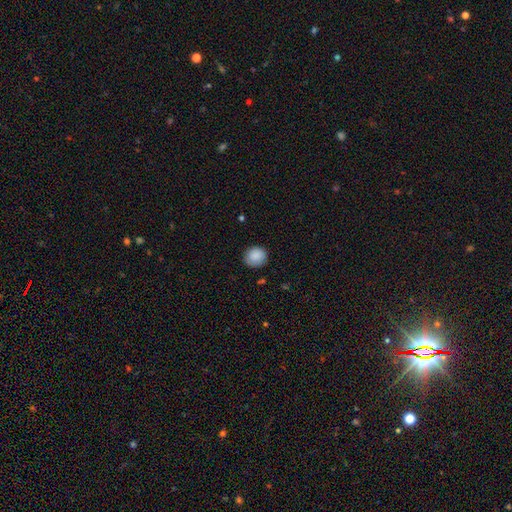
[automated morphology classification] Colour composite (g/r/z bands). It shows a smooth galaxy with no disk features (88%) that is round (80%). Merging: none (81%).